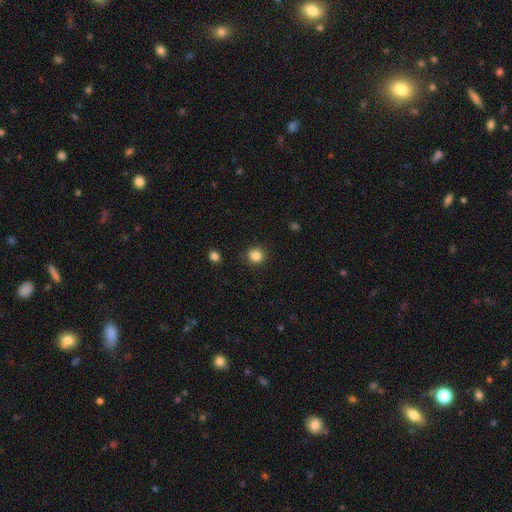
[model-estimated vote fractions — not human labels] Smooth or featured?
  - smooth: 85% *
  - star or artifact: 11%
  - featured or disk: 4%
How rounded?
  - round: 90% *
  - in between: 9%
  - cigar-shaped: 1%
Merging?
  - none: 90% *
  - minor disturbance: 7%
  - major disturbance: 2%
  - merger: 1%